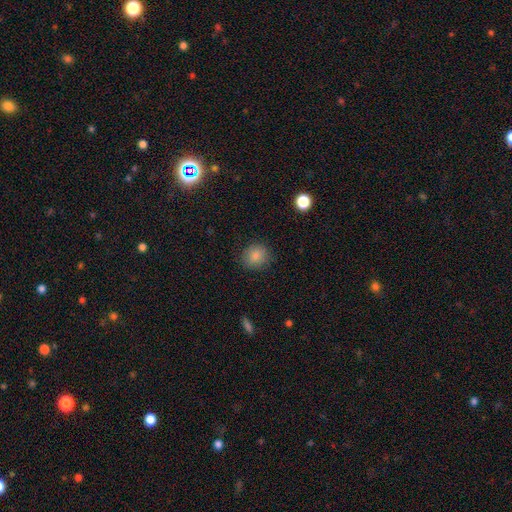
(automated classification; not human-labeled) A smooth galaxy with no disk features (84%) that is round (78%). Merging: none (85%).